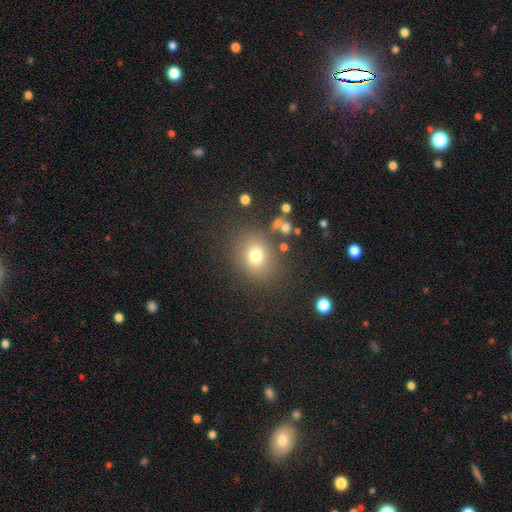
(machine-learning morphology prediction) Q: Smooth or featured?
A: smooth (74%); runner-up: star or artifact (15%)
Q: How rounded?
A: round (59%); runner-up: in between (40%)
Q: Merging?
A: none (79%); runner-up: minor disturbance (11%)